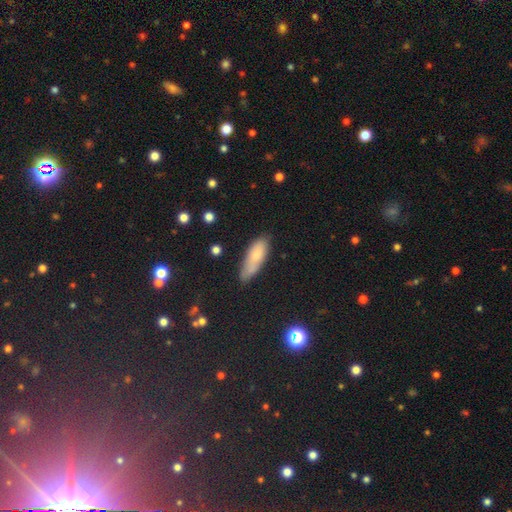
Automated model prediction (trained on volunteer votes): The model was most divided on "how rounded": in between: 62%, cigar-shaped: 36%, round: 2%. More confident: smooth or featured — smooth (76%); merging — none (64%).